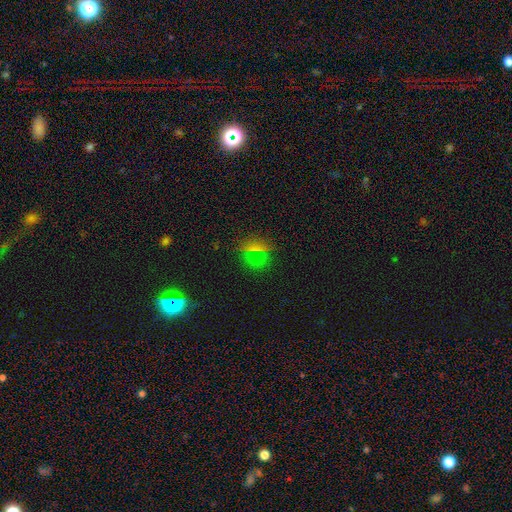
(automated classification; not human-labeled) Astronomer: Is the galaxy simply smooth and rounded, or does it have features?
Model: smooth — 62%.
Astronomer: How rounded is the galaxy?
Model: round — 82%.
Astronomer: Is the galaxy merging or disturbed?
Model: none — 84%.